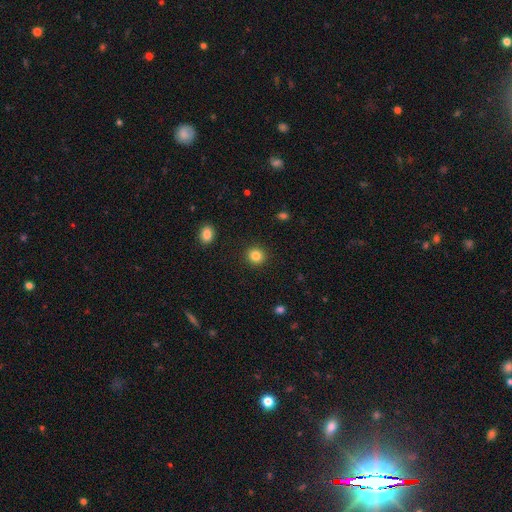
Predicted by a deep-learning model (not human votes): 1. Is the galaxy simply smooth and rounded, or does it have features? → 84% smooth, 11% star or artifact, 5% featured or disk.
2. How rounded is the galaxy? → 90% round, 9% in between, 1% cigar-shaped.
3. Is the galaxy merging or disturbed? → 92% none, 5% minor disturbance, 2% major disturbance, 1% merger.